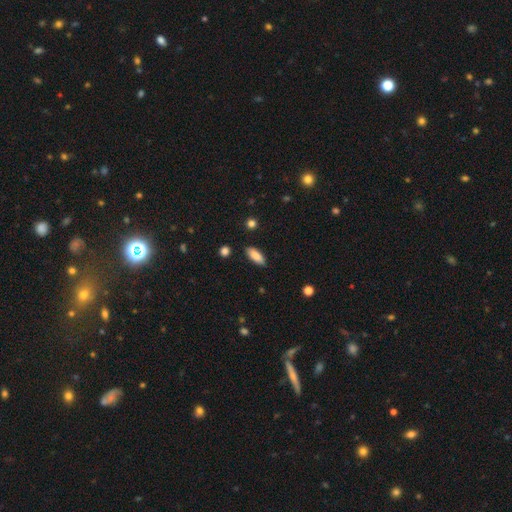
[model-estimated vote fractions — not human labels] Overall: smooth (85%). How rounded: in between (77%). Merging: none (87%).